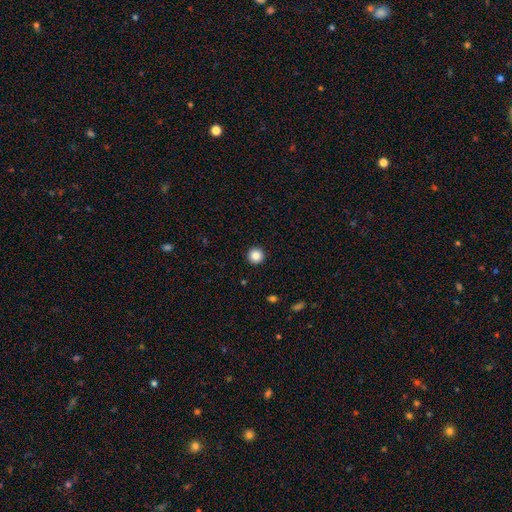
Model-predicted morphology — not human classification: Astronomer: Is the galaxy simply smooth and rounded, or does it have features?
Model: smooth — 86%.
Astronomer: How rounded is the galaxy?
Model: round — 96%.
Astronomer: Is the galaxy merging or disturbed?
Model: none — 94%.